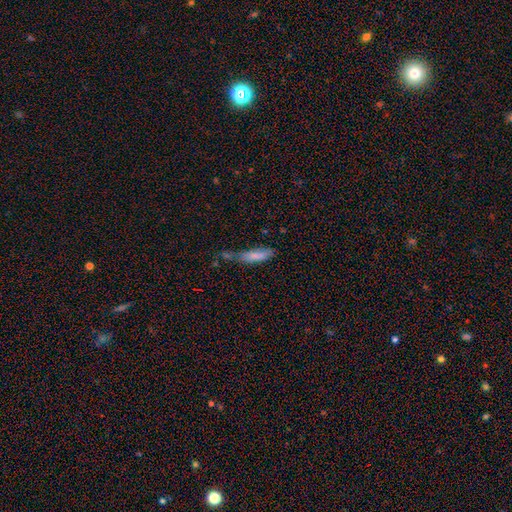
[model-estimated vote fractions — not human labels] Q: Smooth or featured?
A: smooth (76%); runner-up: featured or disk (16%)
Q: How rounded?
A: cigar-shaped (70%); runner-up: in between (28%)
Q: Merging?
A: none (34%); runner-up: minor disturbance (29%)